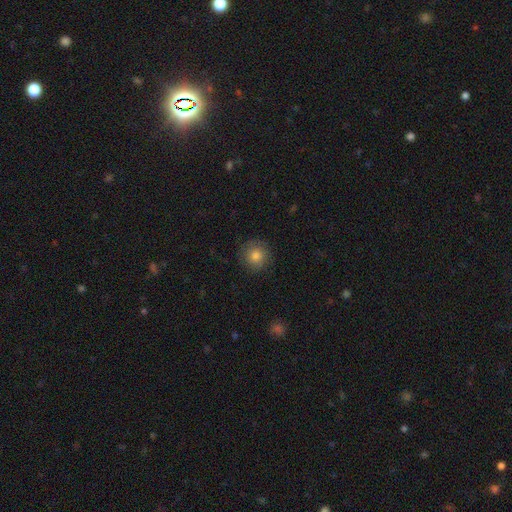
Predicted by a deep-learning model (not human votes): This appears to be a smooth galaxy with no disk features (78%) that is round (94%). Merging: none (85%).